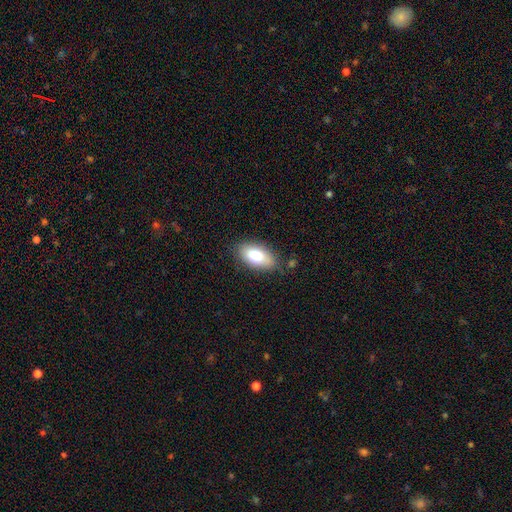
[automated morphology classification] Smooth or featured?
  - smooth: 80% *
  - featured or disk: 13%
  - star or artifact: 7%
How rounded?
  - in between: 91% *
  - cigar-shaped: 6%
  - round: 4%
Merging?
  - none: 81% *
  - minor disturbance: 14%
  - major disturbance: 3%
  - merger: 2%